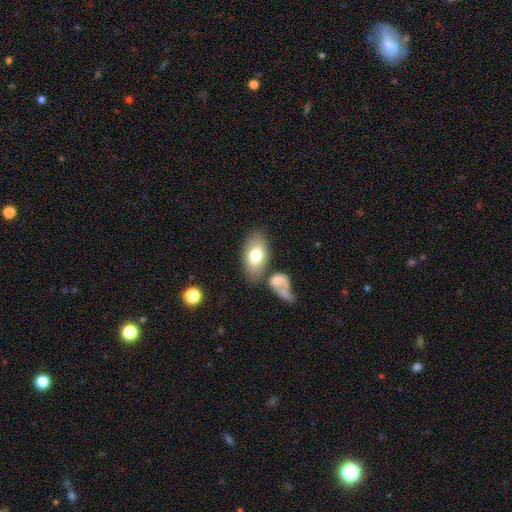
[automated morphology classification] A smooth galaxy with no disk features (73%) that is in between round and cigar-shaped (92%).

Vote fractions:
- Smooth or featured? smooth: 73% / featured or disk: 21% / star or artifact: 7%
- How rounded? in between: 92% / round: 5% / cigar-shaped: 3%
- Merging? none: 62% / merger: 17% / minor disturbance: 15% / major disturbance: 6%